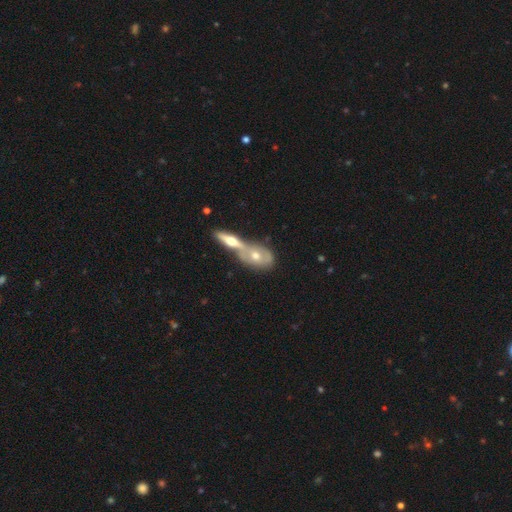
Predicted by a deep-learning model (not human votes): Smooth or featured? Predicted: featured or disk (p=0.54). Edge-on disk? Predicted: no (p=0.61). Merging? Predicted: merger (p=0.61).